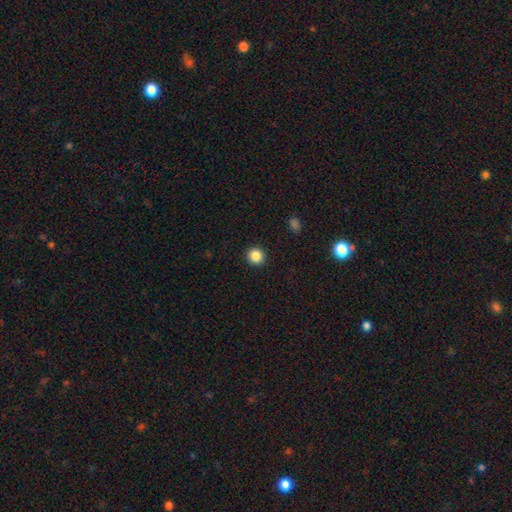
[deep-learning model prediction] smooth_or_featured: smooth (p=0.86) [alt: star or artifact p=0.10]
how_rounded: round (p=0.94) [alt: in between p=0.05]
merging: none (p=0.93) [alt: minor disturbance p=0.05]